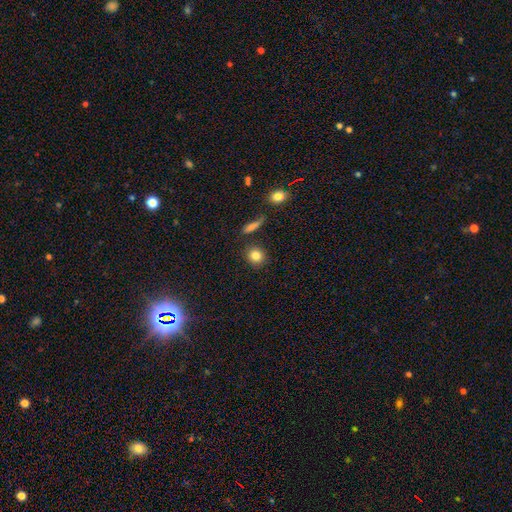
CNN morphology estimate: Smooth or featured?
  - smooth: 84% *
  - star or artifact: 9%
  - featured or disk: 7%
How rounded?
  - round: 81% *
  - in between: 17%
  - cigar-shaped: 2%
Merging?
  - none: 85% *
  - minor disturbance: 8%
  - merger: 5%
  - major disturbance: 3%